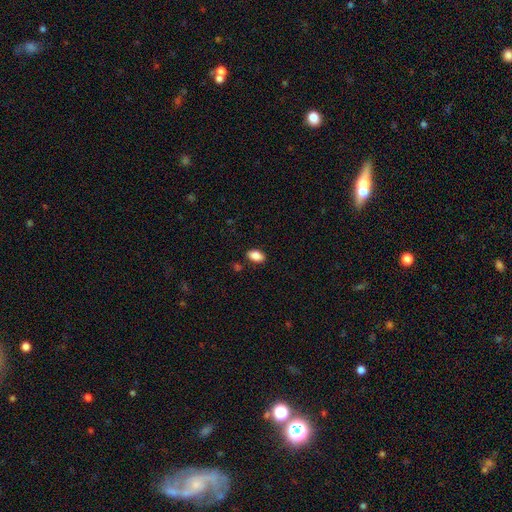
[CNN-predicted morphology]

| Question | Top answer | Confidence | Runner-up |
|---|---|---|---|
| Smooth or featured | smooth | 89% | star or artifact (7%) |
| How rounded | in between | 93% | round (5%) |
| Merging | none | 85% | minor disturbance (10%) |